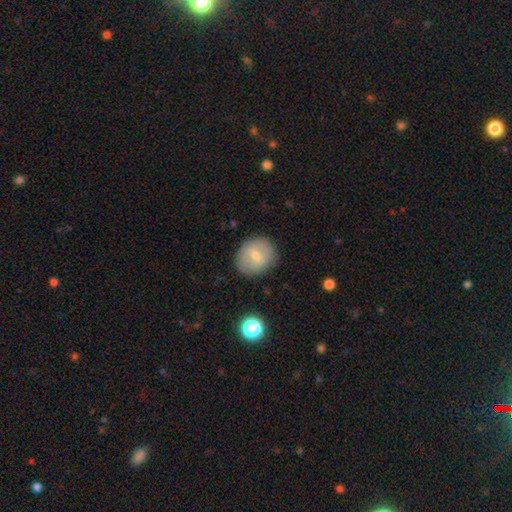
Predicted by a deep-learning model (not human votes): Smooth or featured: smooth — 63% (featured or disk — 29%)
How rounded: round — 75% (in between — 24%)
Merging: none — 84% (minor disturbance — 11%)